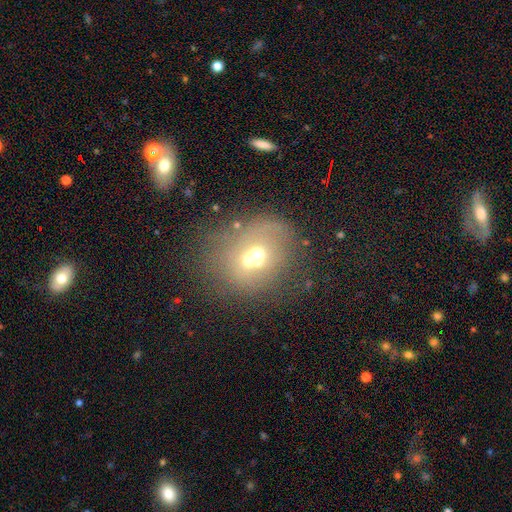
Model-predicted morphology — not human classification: A smooth galaxy with no disk features (48%).

Vote fractions:
- Smooth or featured? smooth: 48% / featured or disk: 34% / star or artifact: 17%
- Merging? merger: 56% / none: 29% / minor disturbance: 8% / major disturbance: 7%